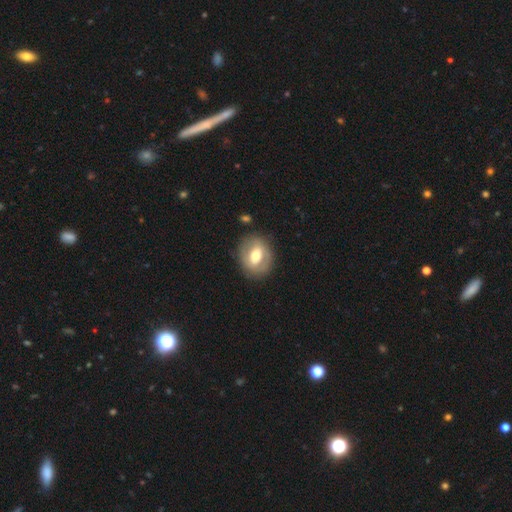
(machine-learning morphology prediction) smooth-or-featured: featured or disk: 48% | smooth: 45% | star or artifact: 7%
  merging: none: 81% | minor disturbance: 12% | major disturbance: 5% | merger: 2%